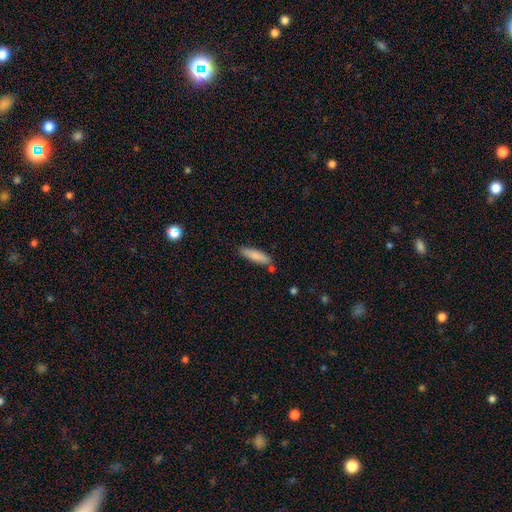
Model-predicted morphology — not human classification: A smooth galaxy with no disk features (82%) that is cigar-shaped (73%).

Vote fractions:
- Smooth or featured? smooth: 82% / featured or disk: 12% / star or artifact: 6%
- How rounded? cigar-shaped: 73% / in between: 26% / round: 1%
- Merging? none: 77% / minor disturbance: 14% / merger: 7% / major disturbance: 3%